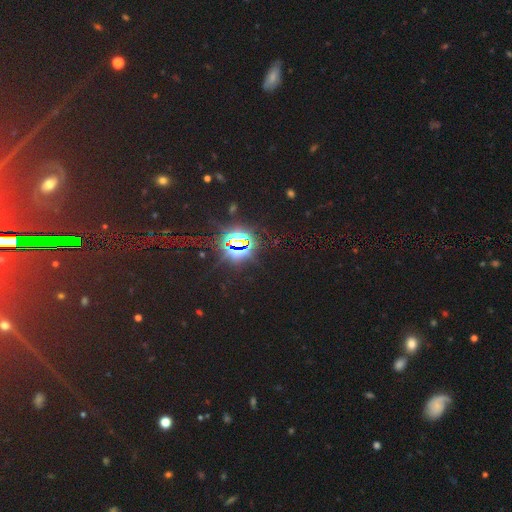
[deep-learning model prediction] A star or artifact, not a galaxy (83%).

Vote fractions:
- Smooth or featured? star or artifact: 83% / smooth: 10% / featured or disk: 7%